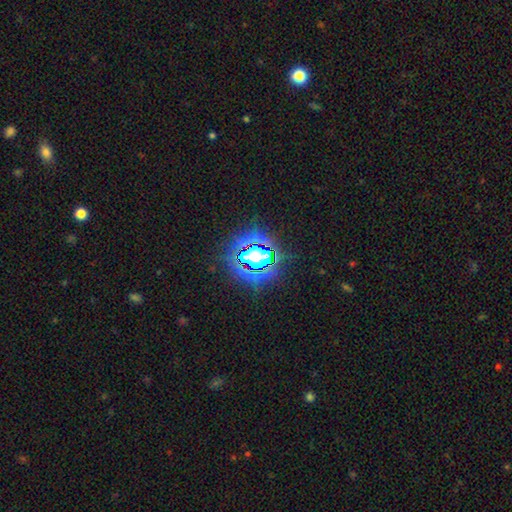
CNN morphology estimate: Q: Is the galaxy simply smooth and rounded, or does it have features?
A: star or artifact — 80%.